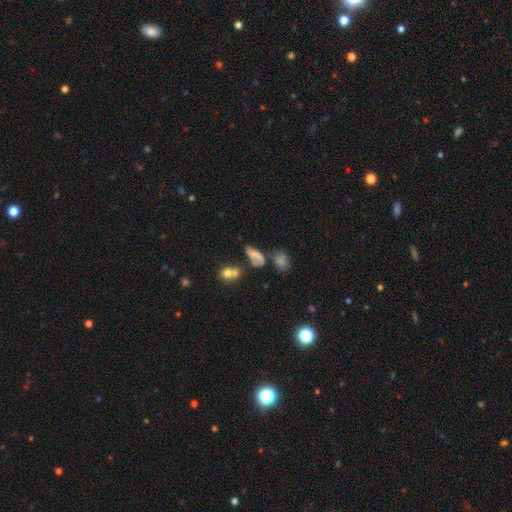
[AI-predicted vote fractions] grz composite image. It shows a smooth galaxy with no disk features (53%) that is in between round and cigar-shaped (74%). Merging: none (31%).